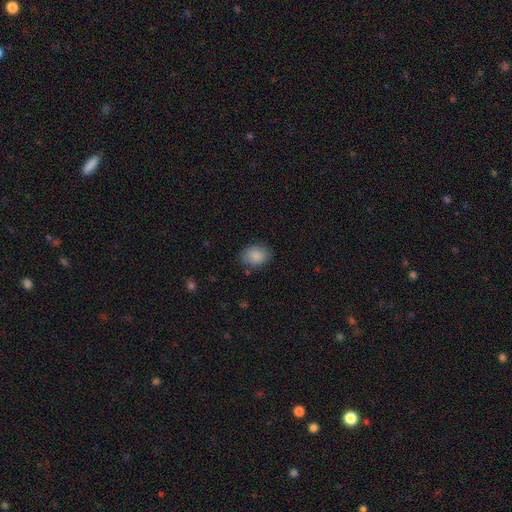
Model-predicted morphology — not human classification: Smooth or featured? smooth (88%)
How rounded? in between (61%)
Merging? none (81%)